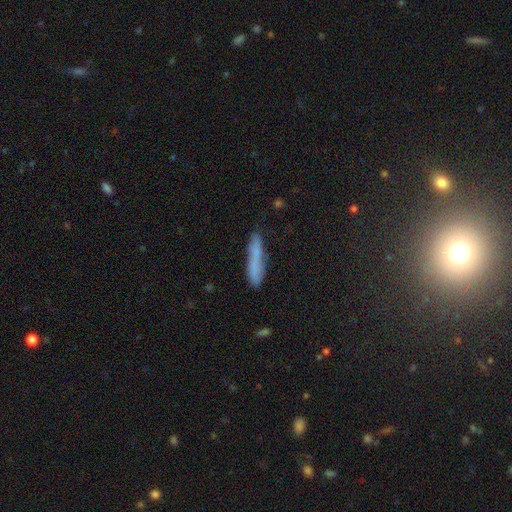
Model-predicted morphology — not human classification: Smooth or featured?
  - smooth: 66% *
  - featured or disk: 22%
  - star or artifact: 12%
How rounded?
  - cigar-shaped: 91% *
  - in between: 7%
  - round: 2%
Merging?
  - none: 77% *
  - minor disturbance: 16%
  - major disturbance: 4%
  - merger: 3%